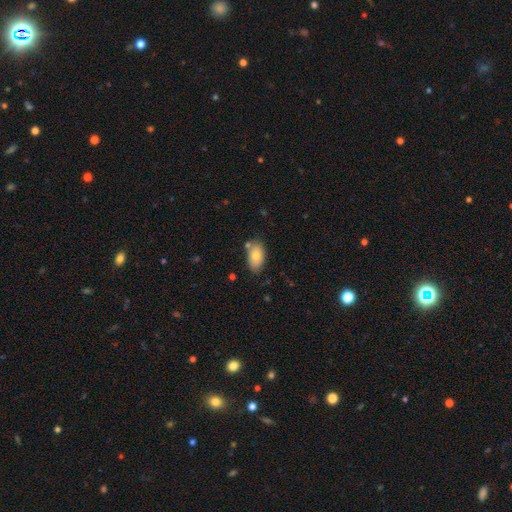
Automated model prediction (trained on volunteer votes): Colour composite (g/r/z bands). It shows a smooth galaxy with no disk features (78%) that is in between round and cigar-shaped (93%). Merging: none (74%).